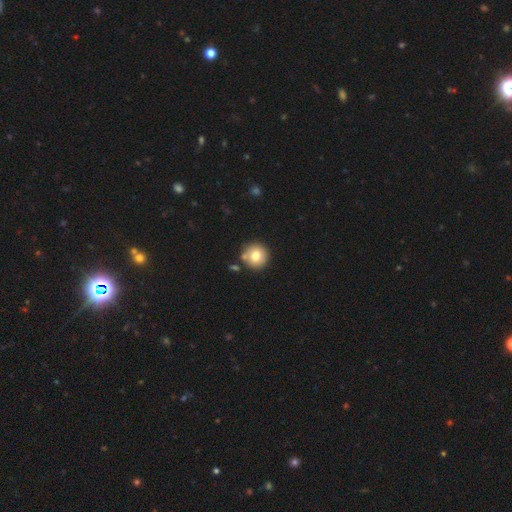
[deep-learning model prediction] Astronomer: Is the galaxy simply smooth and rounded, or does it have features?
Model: smooth — 77%.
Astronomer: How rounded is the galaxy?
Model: round — 95%.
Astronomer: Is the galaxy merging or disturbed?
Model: none — 80%.